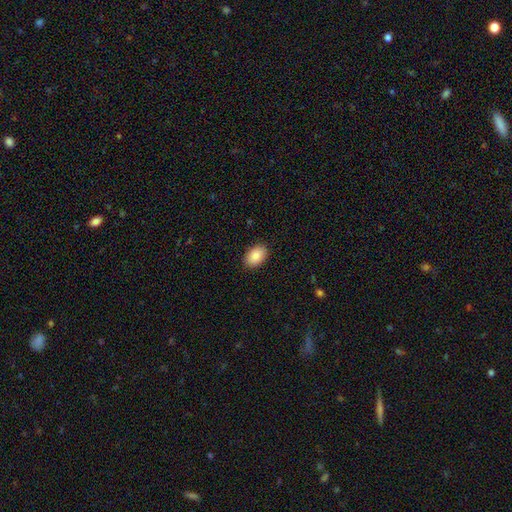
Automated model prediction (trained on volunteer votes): smooth_or_featured: smooth (p=0.88) [alt: star or artifact p=0.07]
how_rounded: in between (p=0.88) [alt: round p=0.11]
merging: none (p=0.89) [alt: minor disturbance p=0.08]